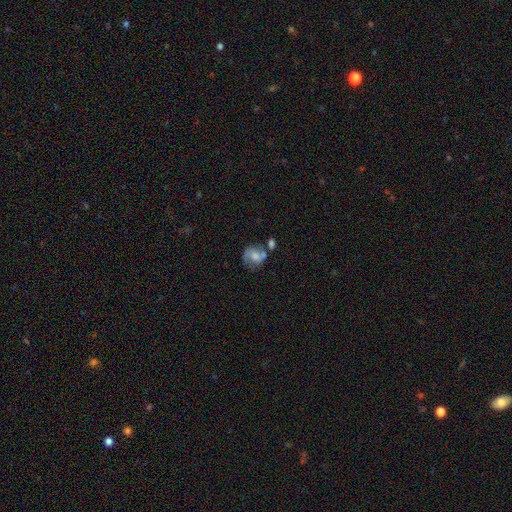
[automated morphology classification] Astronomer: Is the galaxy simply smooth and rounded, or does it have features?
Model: featured or disk — 50% (runner-up: smooth, 41%).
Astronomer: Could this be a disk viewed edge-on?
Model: no — 97%.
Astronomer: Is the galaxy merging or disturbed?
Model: none — 46% (runner-up: merger, 23%).